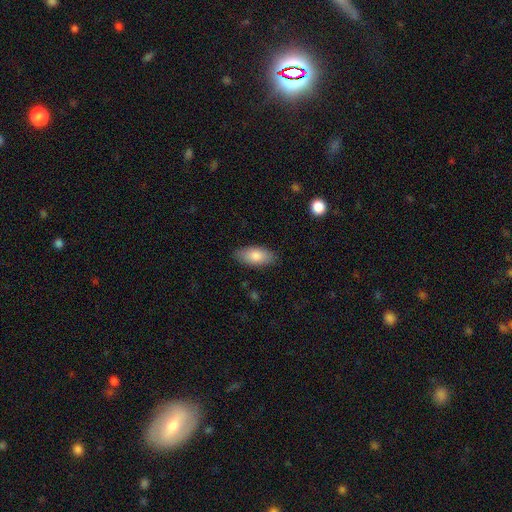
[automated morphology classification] Overall: smooth (82%). How rounded: in between (91%). Merging: none (85%).